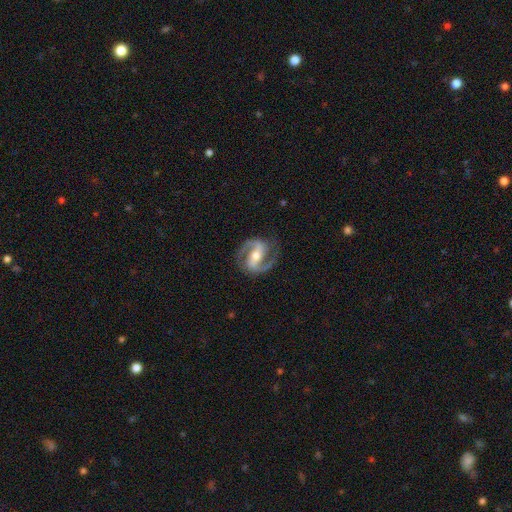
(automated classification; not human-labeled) This is clearly a featured or disk galaxy (91%). It is clearly not viewed edge-on (97%). Bar: possibly strong (58%). Spiral arm pattern: clearly yes (97%). Spiral arm count: clearly 2 (94%). Spiral winding: possibly medium (57%). Central bulge: likely moderate (63%). Merging: clearly none (84%).